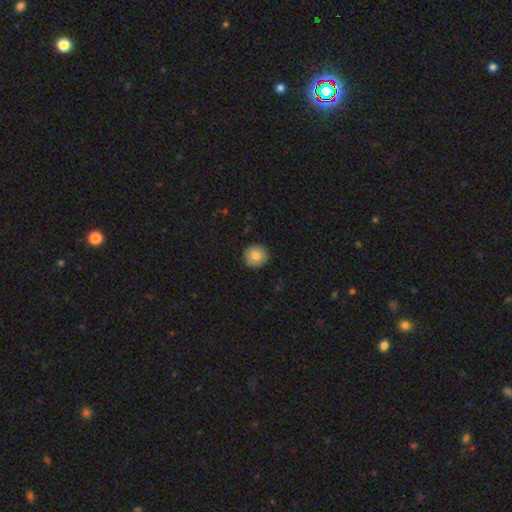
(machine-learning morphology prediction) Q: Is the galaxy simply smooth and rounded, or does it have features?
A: smooth — 80%.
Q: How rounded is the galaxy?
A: round — 89%.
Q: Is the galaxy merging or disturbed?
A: none — 90%.